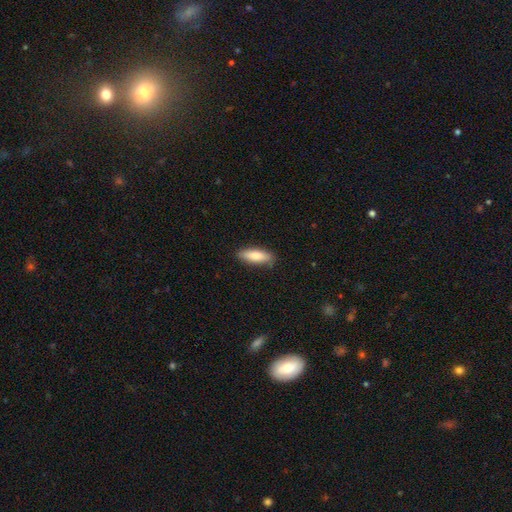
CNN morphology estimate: This is clearly a smooth galaxy (82%). How rounded: possibly in between (56%). Merging: clearly none (86%).